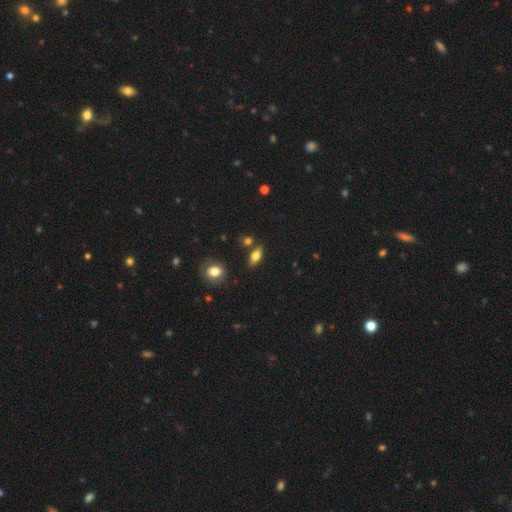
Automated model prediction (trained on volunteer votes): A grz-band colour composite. It shows a smooth galaxy with no disk features (70%) that is in between round and cigar-shaped (79%). Merging: none (79%).